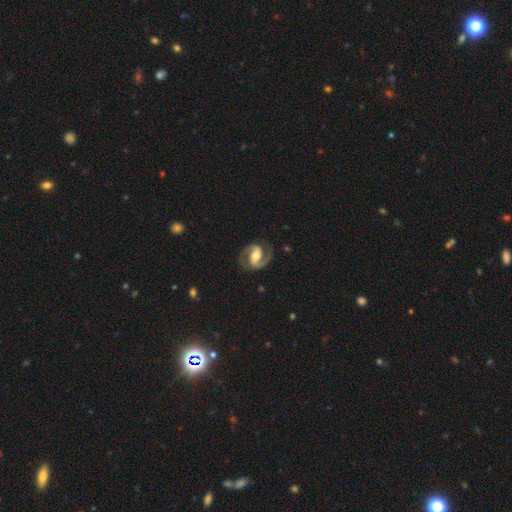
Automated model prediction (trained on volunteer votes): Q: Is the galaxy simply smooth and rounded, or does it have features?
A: featured or disk — 89%.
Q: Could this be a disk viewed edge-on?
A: no — 98%.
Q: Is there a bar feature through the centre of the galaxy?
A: weak — 42%.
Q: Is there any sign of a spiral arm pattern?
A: yes — 97%.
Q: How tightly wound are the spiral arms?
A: medium — 60%.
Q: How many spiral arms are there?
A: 2 — 93%.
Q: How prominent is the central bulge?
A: moderate — 64%.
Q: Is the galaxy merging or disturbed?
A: none — 82%.